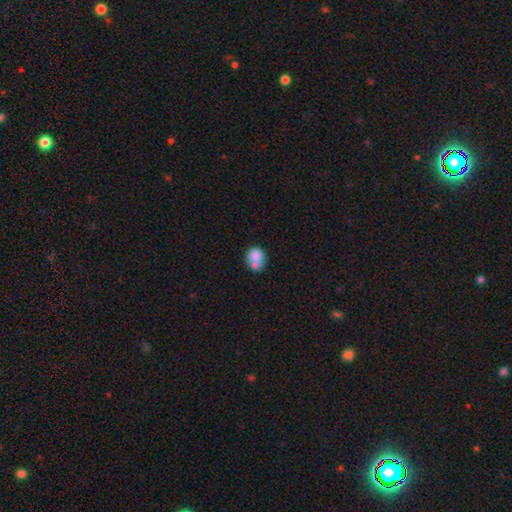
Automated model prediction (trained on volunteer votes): Smooth or featured? Predicted: smooth (p=0.78). How rounded? Predicted: round (p=0.59). Merging? Predicted: merger (p=0.43).